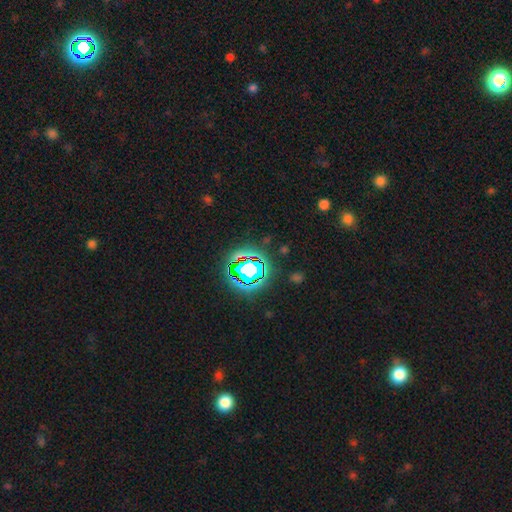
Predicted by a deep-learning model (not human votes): This appears to be a star or artifact, not a galaxy (78%).